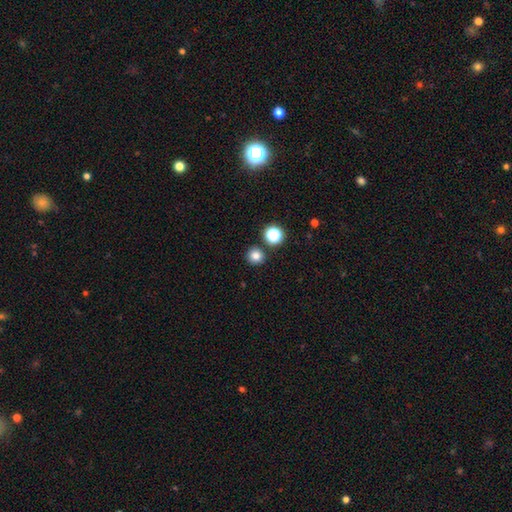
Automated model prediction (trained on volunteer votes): Smooth or featured?
  - smooth: 81% *
  - star or artifact: 14%
  - featured or disk: 5%
How rounded?
  - round: 93% *
  - in between: 6%
  - cigar-shaped: 1%
Merging?
  - none: 87% *
  - minor disturbance: 6%
  - merger: 6%
  - major disturbance: 2%